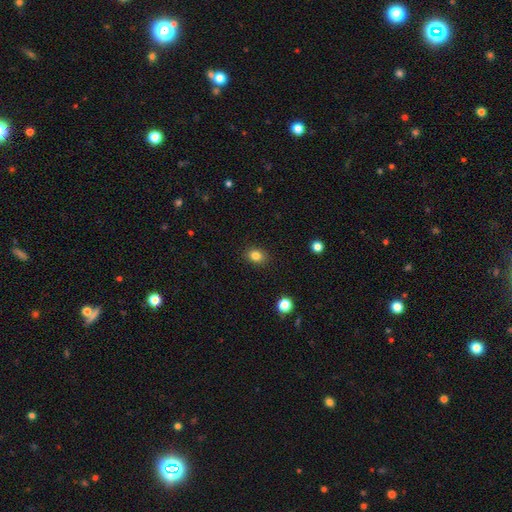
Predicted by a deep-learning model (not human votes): smooth 82%, star or artifact 12%, featured or disk 6%. Down the decision tree: how rounded — in between (53%); merging — none (88%).